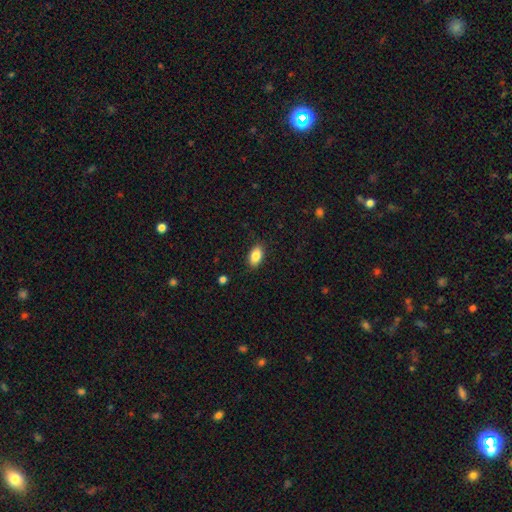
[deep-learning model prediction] Smooth or featured?
  - smooth: 85% *
  - star or artifact: 8%
  - featured or disk: 7%
How rounded?
  - in between: 91% *
  - round: 6%
  - cigar-shaped: 3%
Merging?
  - none: 88% *
  - minor disturbance: 9%
  - major disturbance: 2%
  - merger: 1%